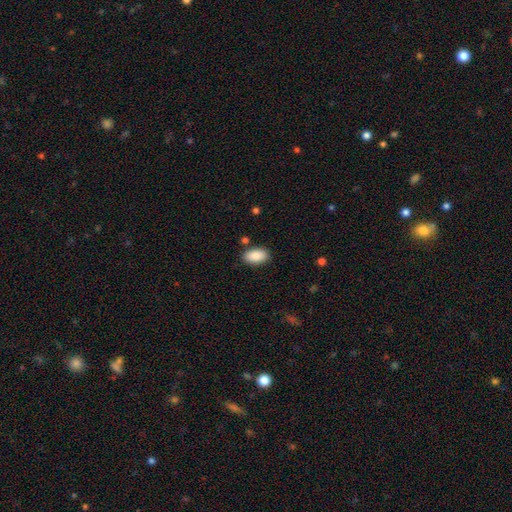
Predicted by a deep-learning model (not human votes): Overall: smooth (87%). How rounded: in between (94%). Merging: none (85%).